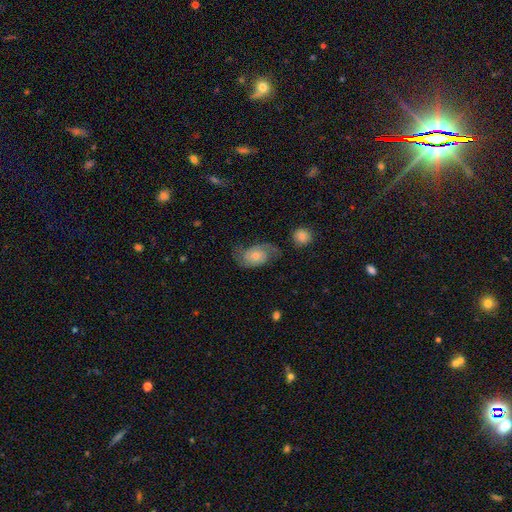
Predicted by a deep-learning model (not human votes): Q: Smooth or featured?
A: featured or disk (72%); runner-up: smooth (21%)
Q: Edge-on disk?
A: no (97%); runner-up: yes (3%)
Q: Bar?
A: no (71%); runner-up: weak (25%)
Q: Spiral arms?
A: yes (93%); runner-up: no (7%)
Q: Spiral winding?
A: medium (45%); runner-up: tight (36%)
Q: Spiral arm count?
A: 2 (85%); runner-up: can't tell (7%)
Q: Bulge size?
A: moderate (49%); runner-up: small (38%)
Q: Merging?
A: none (65%); runner-up: minor disturbance (20%)